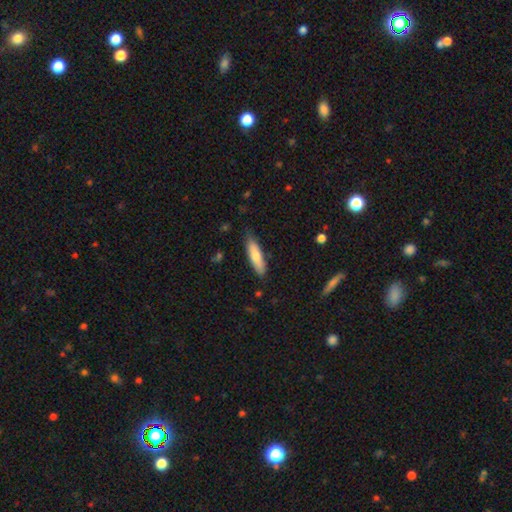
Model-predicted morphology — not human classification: A smooth galaxy with no disk features (74%) that is cigar-shaped (60%). Merging: none (75%).